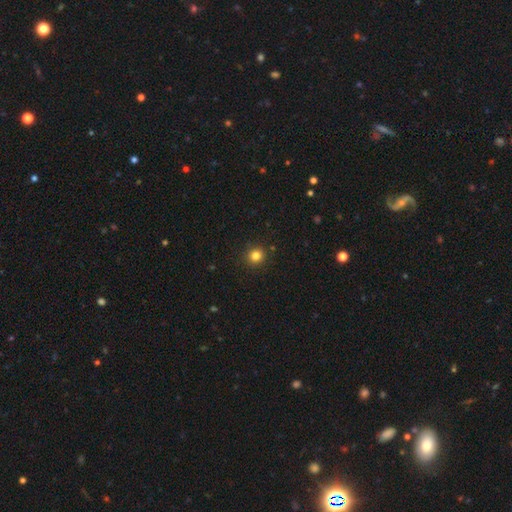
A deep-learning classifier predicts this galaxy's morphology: This appears to be a smooth galaxy with no disk features (82%) that is round (93%). Merging: none (91%).